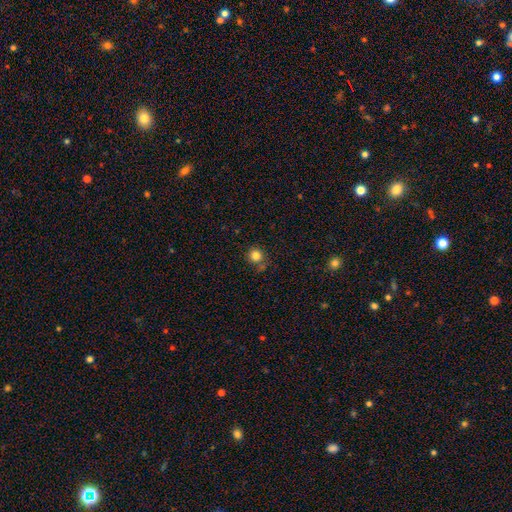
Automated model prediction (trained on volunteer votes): Smooth or featured? Predicted: smooth (p=0.82). How rounded? Predicted: round (p=0.92). Merging? Predicted: none (p=0.74).